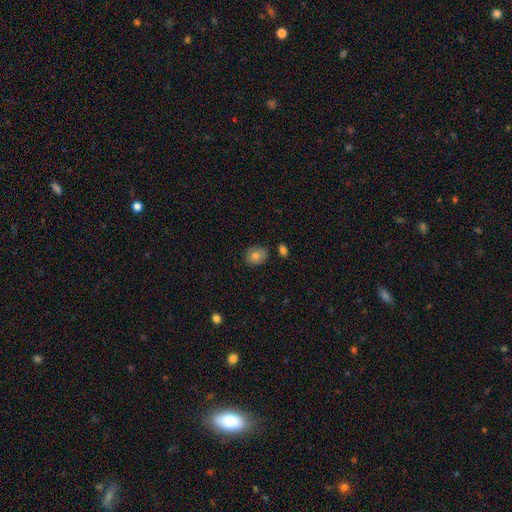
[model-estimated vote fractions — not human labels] A smooth galaxy with no disk features (80%) that is round (63%). Merging: none (81%).